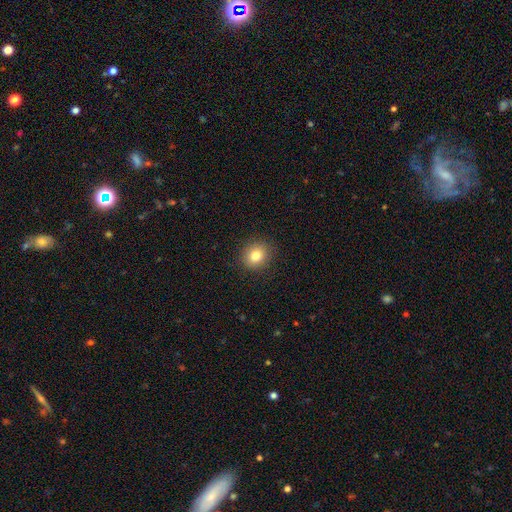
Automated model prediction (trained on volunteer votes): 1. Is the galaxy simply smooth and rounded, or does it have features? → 81% smooth, 11% star or artifact, 8% featured or disk.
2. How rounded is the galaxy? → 76% round, 23% in between, 1% cigar-shaped.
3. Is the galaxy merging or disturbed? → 89% none, 7% minor disturbance, 2% major disturbance, 1% merger.